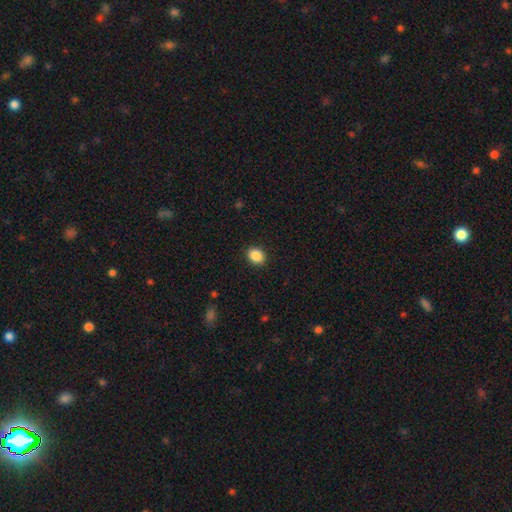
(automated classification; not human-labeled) A smooth galaxy with no disk features (88%) that is in between round and cigar-shaped (50%).

Vote fractions:
- Smooth or featured? smooth: 88% / star or artifact: 8% / featured or disk: 3%
- How rounded? in between: 50% / round: 49% / cigar-shaped: 1%
- Merging? none: 90% / minor disturbance: 7% / major disturbance: 2% / merger: 1%